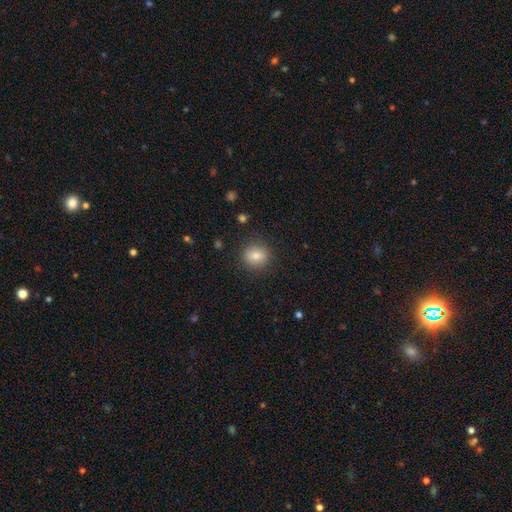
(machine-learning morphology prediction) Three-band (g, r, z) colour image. It shows a smooth galaxy with no disk features (80%) that is round (81%). Merging: none (88%).